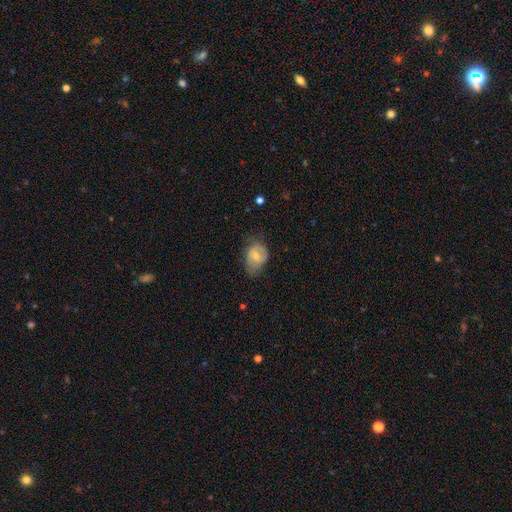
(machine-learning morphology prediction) smooth 55%, featured or disk 38%, star or artifact 7%. Down the decision tree: how rounded — in between (70%); merging — none (50%).